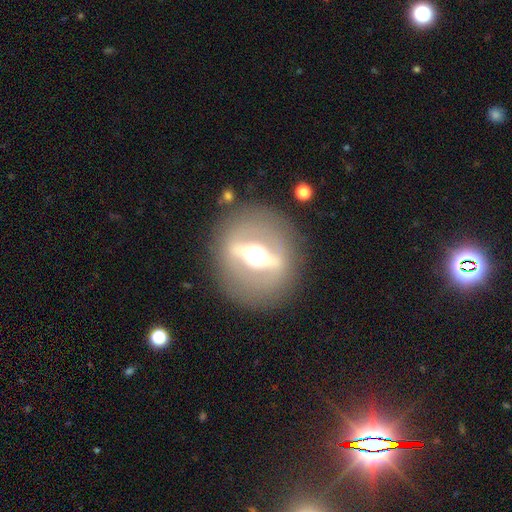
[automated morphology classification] Smooth or featured?
  - featured or disk: 75% *
  - smooth: 16%
  - star or artifact: 9%
Edge-on disk?
  - no: 52% *
  - yes: 48%
Merging?
  - none: 83% *
  - minor disturbance: 9%
  - major disturbance: 7%
  - merger: 2%